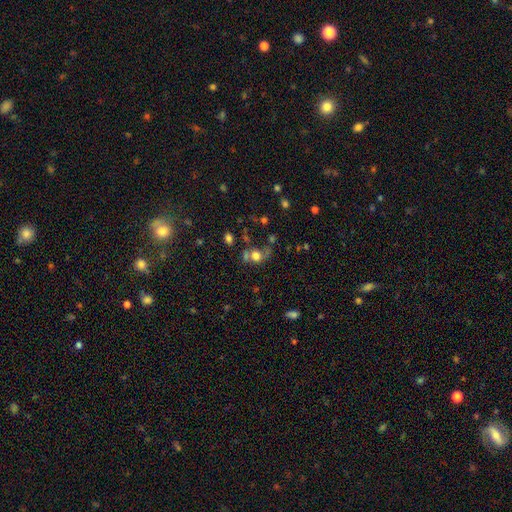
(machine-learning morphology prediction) Smooth or featured? Predicted: smooth (p=0.65). How rounded? Predicted: round (p=0.67). Merging? Predicted: none (p=0.40).